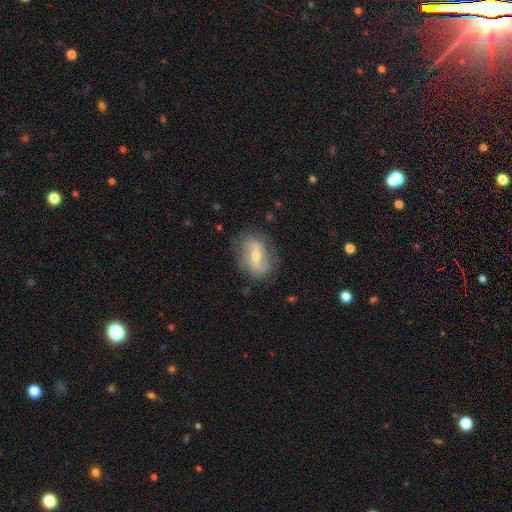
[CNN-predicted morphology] Smooth or featured: featured or disk — 65% (smooth — 27%)
Edge-on disk: no — 86% (yes — 14%)
Bar: strong — 51% (weak — 34%)
Spiral arms: yes — 56% (no — 44%)
Bulge size: moderate — 62% (small — 32%)
Merging: none — 76% (minor disturbance — 17%)